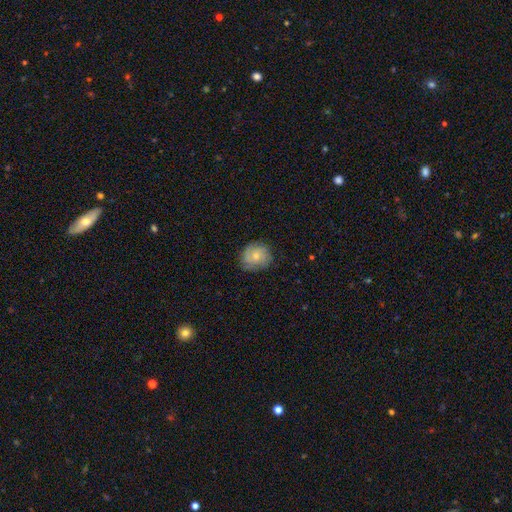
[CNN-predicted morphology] smooth_or_featured: smooth (p=0.56) [alt: featured or disk p=0.37]
how_rounded: round (p=0.78) [alt: in between p=0.21]
merging: none (p=0.76) [alt: minor disturbance p=0.18]